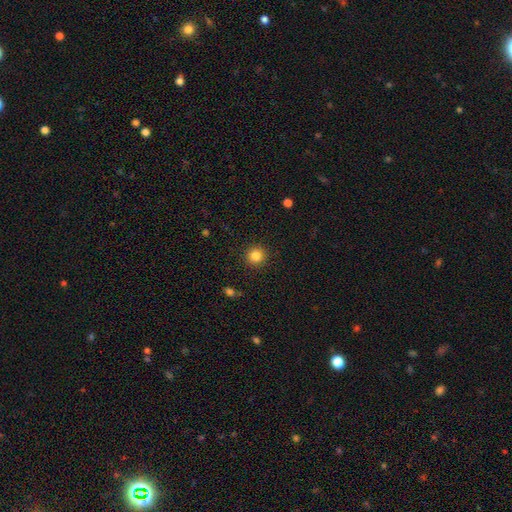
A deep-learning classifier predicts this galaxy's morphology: Q: Smooth or featured?
A: smooth (84%); runner-up: star or artifact (11%)
Q: How rounded?
A: round (94%); runner-up: in between (5%)
Q: Merging?
A: none (92%); runner-up: minor disturbance (5%)